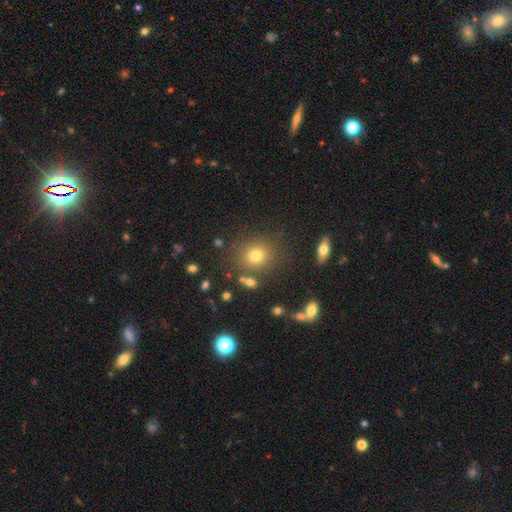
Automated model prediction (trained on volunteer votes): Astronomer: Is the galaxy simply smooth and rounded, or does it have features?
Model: smooth — 74%.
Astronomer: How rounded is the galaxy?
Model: round — 82%.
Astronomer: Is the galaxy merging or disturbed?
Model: none — 78%.